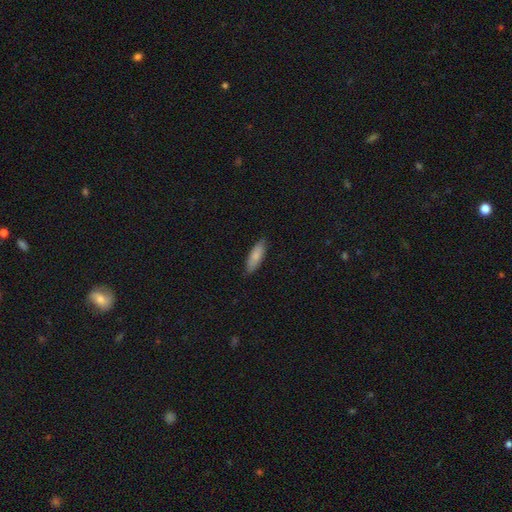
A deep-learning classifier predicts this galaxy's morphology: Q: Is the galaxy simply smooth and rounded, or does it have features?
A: smooth — 82%.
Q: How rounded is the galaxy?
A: in between — 55%.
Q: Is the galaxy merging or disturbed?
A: none — 84%.